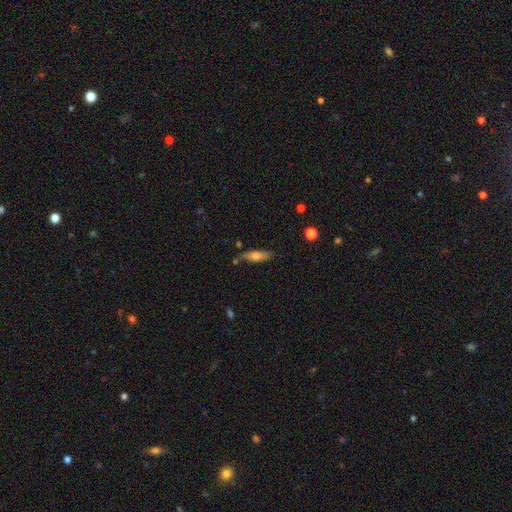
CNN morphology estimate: Smooth or featured: smooth — 63% (featured or disk — 30%)
How rounded: cigar-shaped — 56% (in between — 41%)
Merging: none — 73% (minor disturbance — 18%)